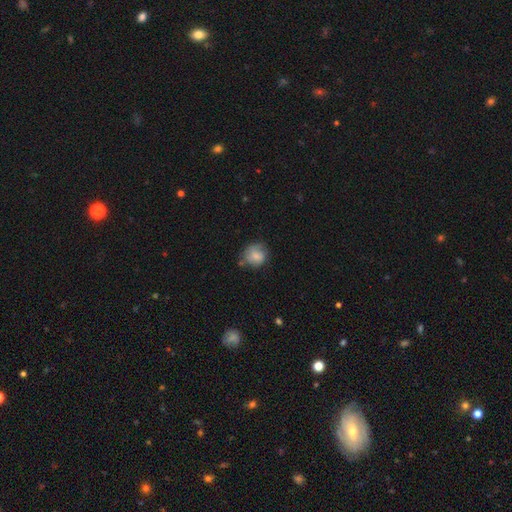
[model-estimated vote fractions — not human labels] A smooth galaxy with no disk features (69%) that is round (75%). Merging: none (56%).